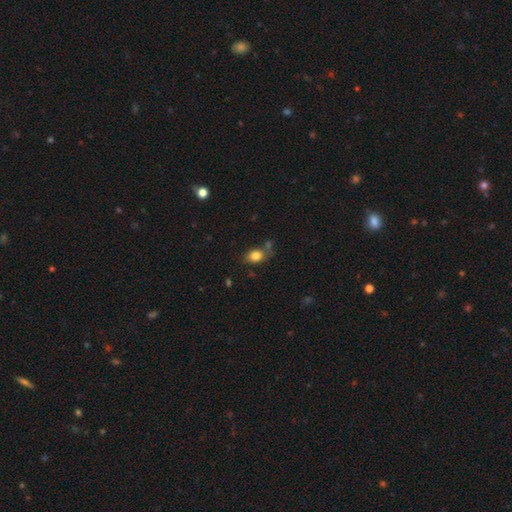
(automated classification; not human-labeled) smooth_or_featured: smooth (p=0.83) [alt: star or artifact p=0.10]
how_rounded: in between (p=0.67) [alt: round p=0.32]
merging: none (p=0.63) [alt: minor disturbance p=0.18]